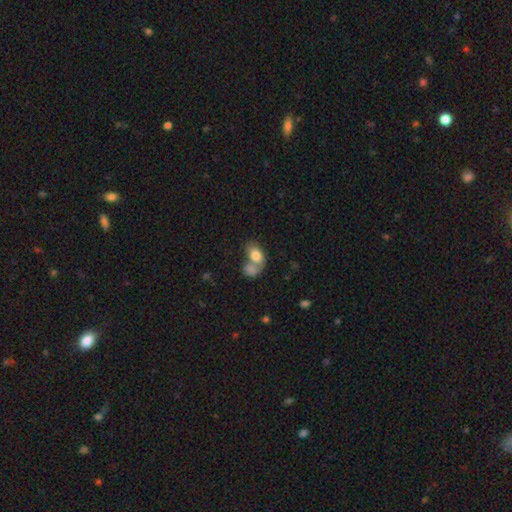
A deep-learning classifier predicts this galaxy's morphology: smooth 79%, featured or disk 14%, star or artifact 7%. Down the decision tree: how rounded — in between (82%); merging — merger (59%).